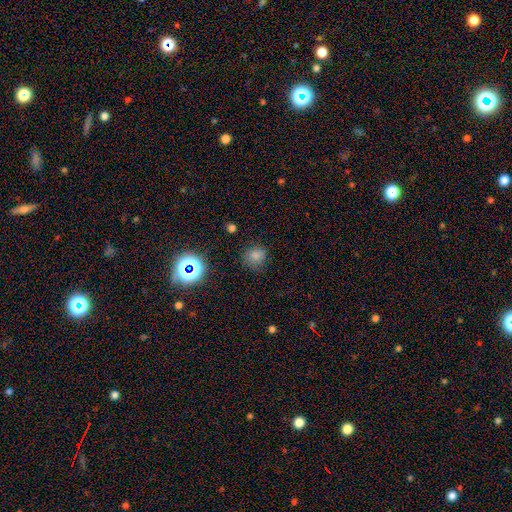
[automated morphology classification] The model was most divided on "how rounded": round: 74%, in between: 25%, cigar-shaped: 1%. More confident: smooth or featured — smooth (72%); merging — none (69%).